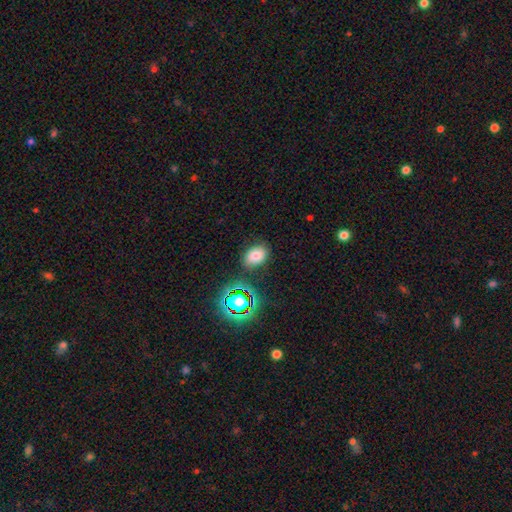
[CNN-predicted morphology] Smooth or featured?
  - smooth: 71% *
  - star or artifact: 18%
  - featured or disk: 11%
How rounded?
  - in between: 79% *
  - round: 19%
  - cigar-shaped: 1%
Merging?
  - none: 79% *
  - minor disturbance: 14%
  - major disturbance: 4%
  - merger: 3%